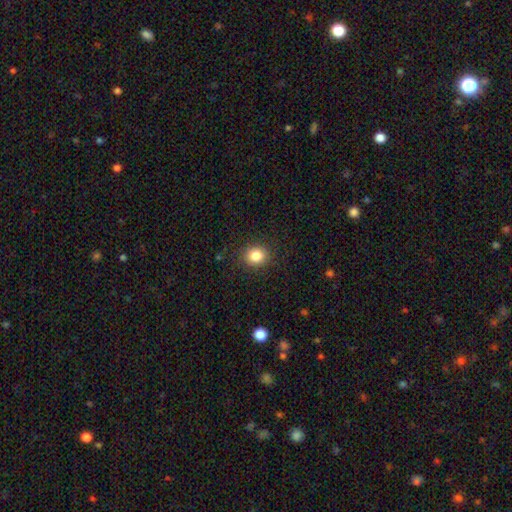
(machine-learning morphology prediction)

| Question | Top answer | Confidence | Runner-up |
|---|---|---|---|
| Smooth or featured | smooth | 83% | star or artifact (11%) |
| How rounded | round | 73% | in between (26%) |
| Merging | none | 89% | minor disturbance (8%) |